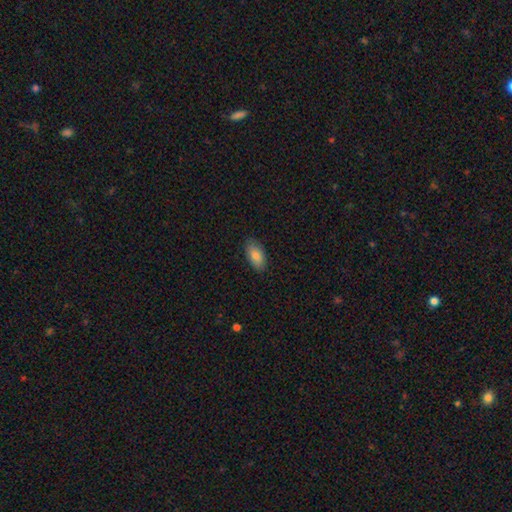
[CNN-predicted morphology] A smooth galaxy with no disk features (84%) that is in between round and cigar-shaped (92%). Merging: none (86%).